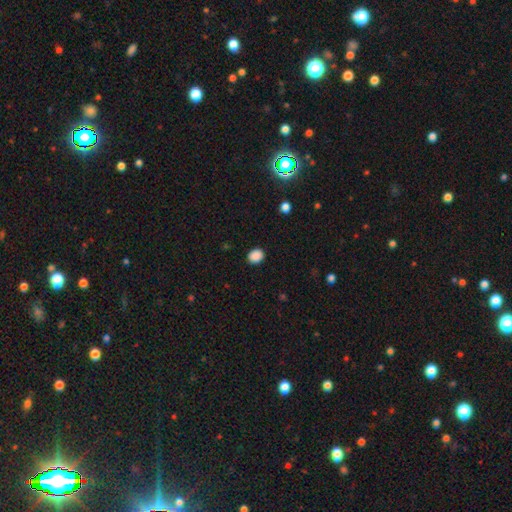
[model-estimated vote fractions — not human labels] Q: Smooth or featured?
A: smooth (88%); runner-up: star or artifact (9%)
Q: How rounded?
A: round (62%); runner-up: in between (37%)
Q: Merging?
A: none (89%); runner-up: minor disturbance (7%)